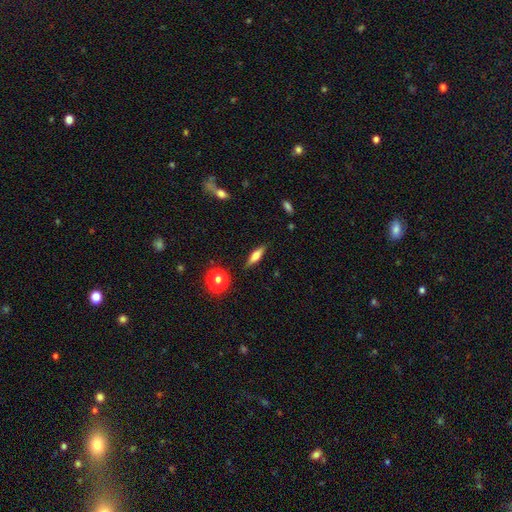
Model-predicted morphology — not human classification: Smooth or featured?
  - smooth: 59% *
  - featured or disk: 32%
  - star or artifact: 9%
How rounded?
  - cigar-shaped: 56% *
  - in between: 39%
  - round: 5%
Merging?
  - none: 87% *
  - minor disturbance: 9%
  - major disturbance: 2%
  - merger: 2%